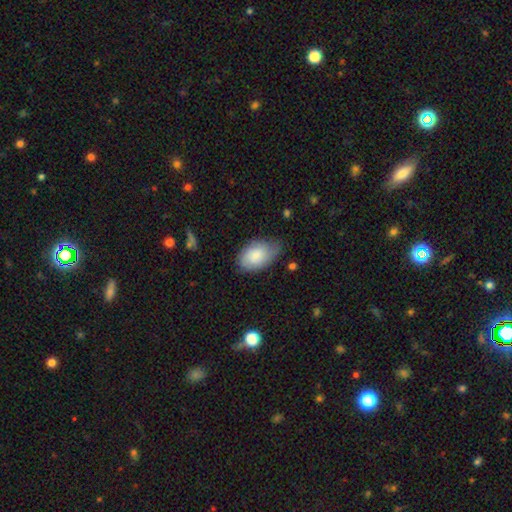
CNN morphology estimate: Smooth or featured? smooth (75%)
How rounded? in between (92%)
Merging? none (62%)